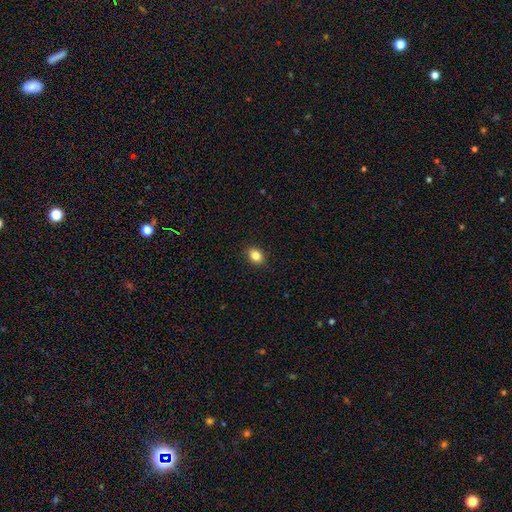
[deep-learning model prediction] A smooth galaxy with no disk features (84%) that is in between round and cigar-shaped (69%).

Vote fractions:
- Smooth or featured? smooth: 84% / star or artifact: 10% / featured or disk: 6%
- How rounded? in between: 69% / round: 30% / cigar-shaped: 1%
- Merging? none: 90% / minor disturbance: 7% / major disturbance: 2% / merger: 1%